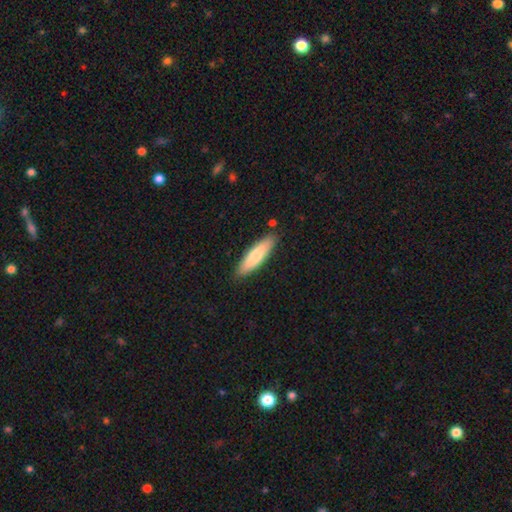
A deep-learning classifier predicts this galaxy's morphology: Smooth or featured?
  - smooth: 74% *
  - featured or disk: 21%
  - star or artifact: 5%
How rounded?
  - cigar-shaped: 66% *
  - in between: 33%
  - round: 1%
Merging?
  - none: 87% *
  - minor disturbance: 10%
  - major disturbance: 2%
  - merger: 2%